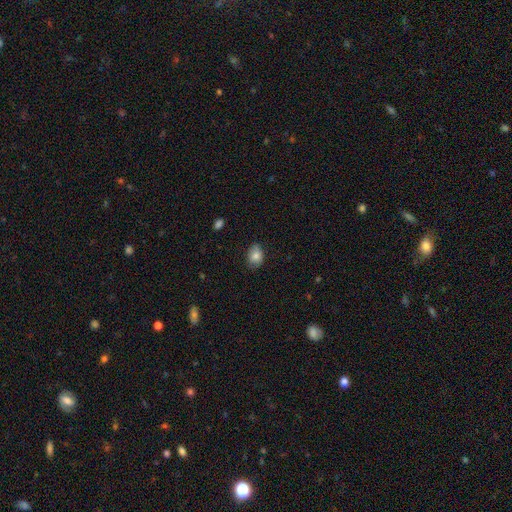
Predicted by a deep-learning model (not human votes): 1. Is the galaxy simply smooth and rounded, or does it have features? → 81% smooth, 10% featured or disk, 9% star or artifact.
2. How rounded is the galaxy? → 63% in between, 36% round, 1% cigar-shaped.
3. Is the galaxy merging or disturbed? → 73% none, 22% minor disturbance, 4% major disturbance, 1% merger.